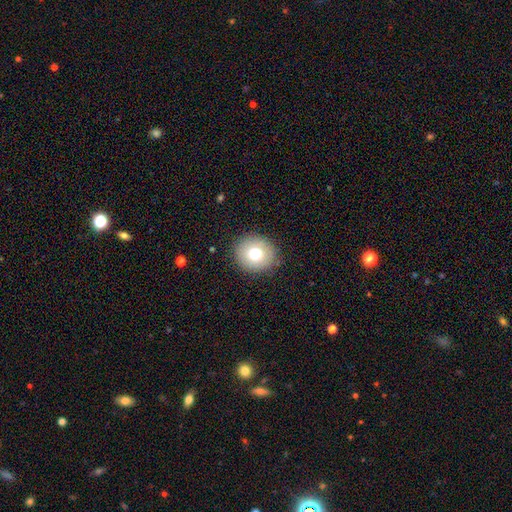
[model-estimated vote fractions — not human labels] smooth 74%, featured or disk 15%, star or artifact 11%. Down the decision tree: how rounded — round (85%); merging — none (89%).